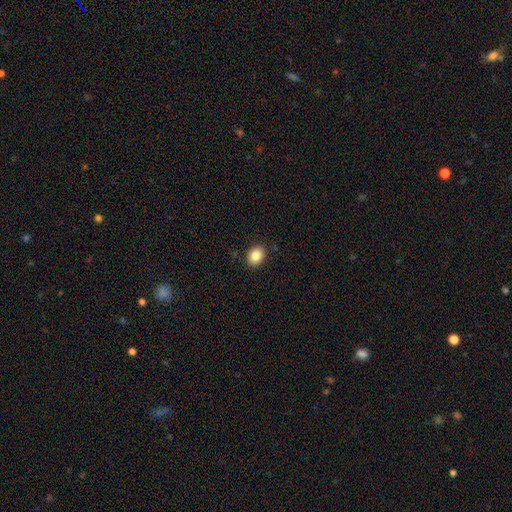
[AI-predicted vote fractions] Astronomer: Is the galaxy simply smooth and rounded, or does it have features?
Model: smooth — 86%.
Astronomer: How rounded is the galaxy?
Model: in between — 58% (runner-up: round, 41%).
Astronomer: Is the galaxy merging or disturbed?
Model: none — 89%.